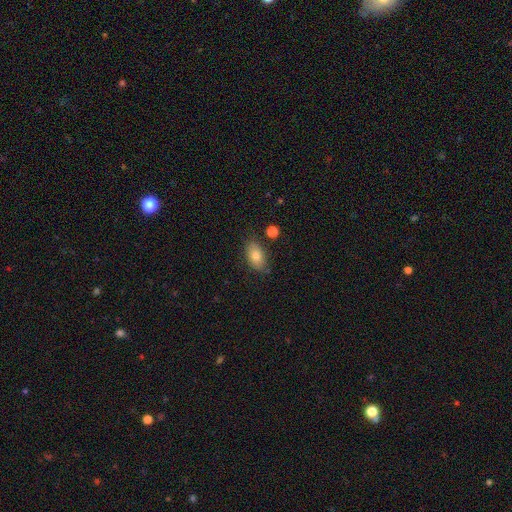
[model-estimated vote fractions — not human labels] The model was most divided on "merging": none: 79%, minor disturbance: 14%, merger: 3%, major disturbance: 3%. More confident: how rounded — in between (90%); smooth or featured — smooth (80%).